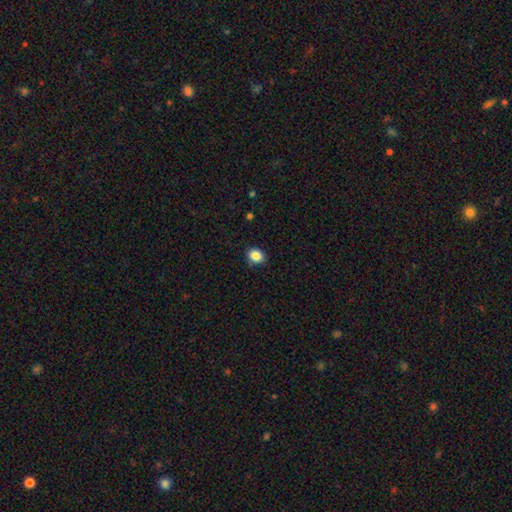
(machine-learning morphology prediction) This appears to be a smooth galaxy with no disk features (86%) that is round (63%). Merging: none (87%).